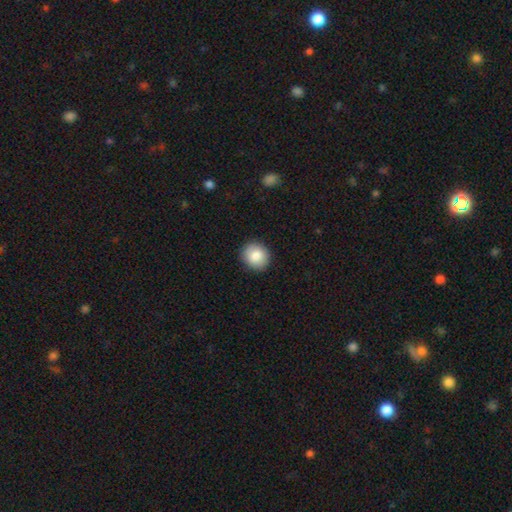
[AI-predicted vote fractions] This is clearly a smooth galaxy (85%). How rounded: clearly round (82%). Merging: clearly none (90%).